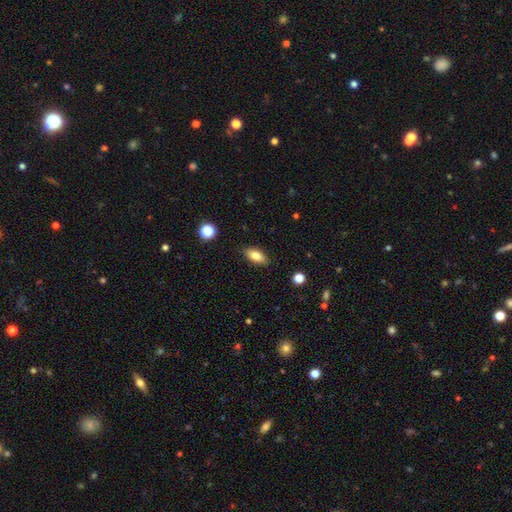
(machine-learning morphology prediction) Q: Smooth or featured?
A: smooth (79%); runner-up: featured or disk (13%)
Q: How rounded?
A: in between (85%); runner-up: cigar-shaped (11%)
Q: Merging?
A: none (87%); runner-up: minor disturbance (10%)